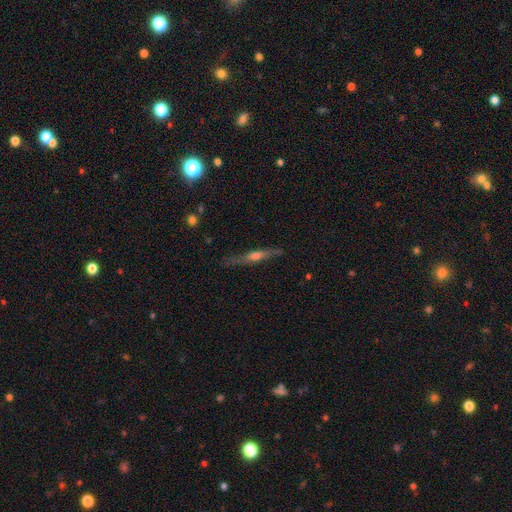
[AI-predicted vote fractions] featured or disk 71%, smooth 22%, star or artifact 7%. Down the decision tree: edge-on disk — yes (96%); edge-on bulge — rounded (82%); merging — none (83%).